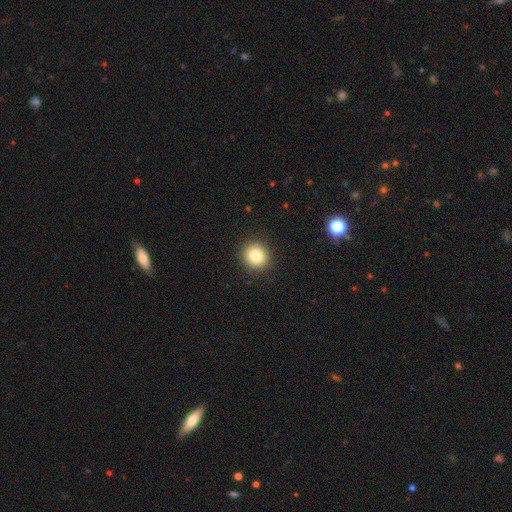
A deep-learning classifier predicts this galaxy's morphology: A smooth galaxy with no disk features (83%) that is round (88%).

Vote fractions:
- Smooth or featured? smooth: 83% / star or artifact: 10% / featured or disk: 7%
- How rounded? round: 88% / in between: 11% / cigar-shaped: 1%
- Merging? none: 91% / minor disturbance: 6% / major disturbance: 2% / merger: 1%